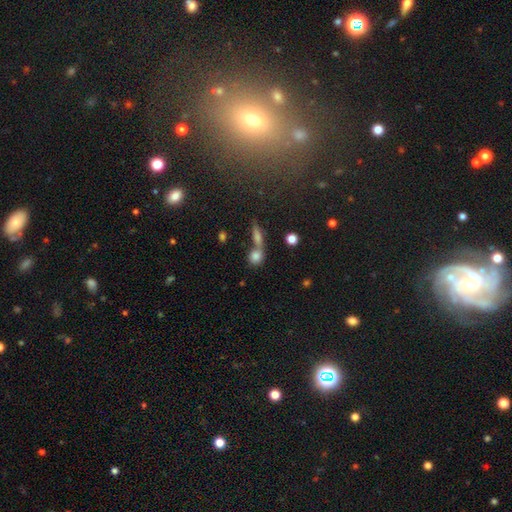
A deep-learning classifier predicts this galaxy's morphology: type=smooth (77%); roundness=round (68%); merging=merger (44%).